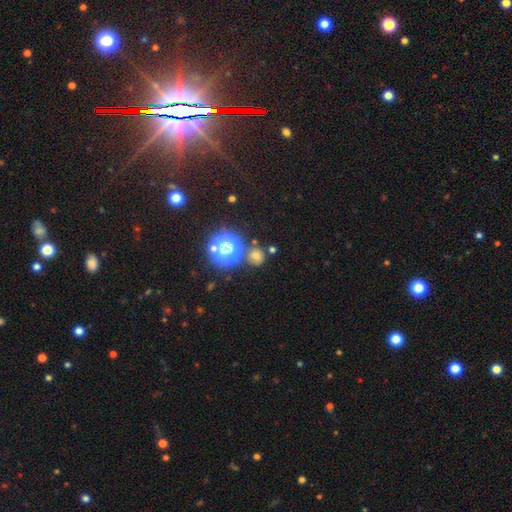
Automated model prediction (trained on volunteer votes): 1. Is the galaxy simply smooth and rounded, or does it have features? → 63% smooth, 27% star or artifact, 10% featured or disk.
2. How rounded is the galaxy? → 87% round, 12% in between, 1% cigar-shaped.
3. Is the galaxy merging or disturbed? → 74% none, 11% merger, 11% minor disturbance, 5% major disturbance.